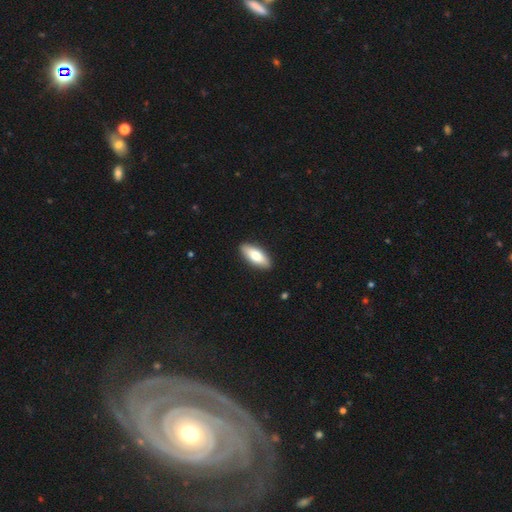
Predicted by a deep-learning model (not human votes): Smooth or featured? Predicted: smooth (p=0.75). How rounded? Predicted: in between (p=0.77). Merging? Predicted: none (p=0.90).